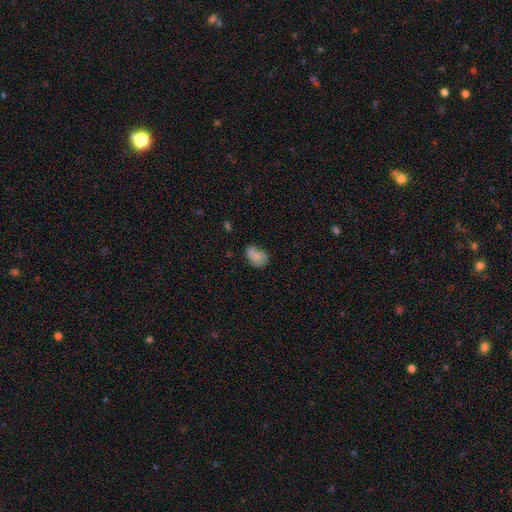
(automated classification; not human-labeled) Q: Smooth or featured?
A: smooth (77%); runner-up: featured or disk (14%)
Q: How rounded?
A: in between (73%); runner-up: round (26%)
Q: Merging?
A: none (54%); runner-up: minor disturbance (29%)